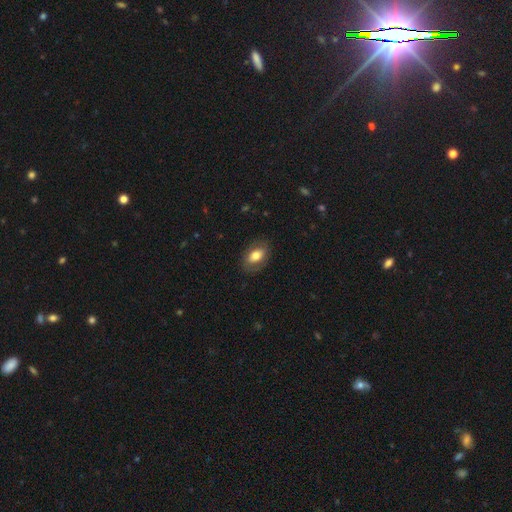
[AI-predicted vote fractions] Overall: smooth (67%). How rounded: in between (86%). Merging: none (80%).